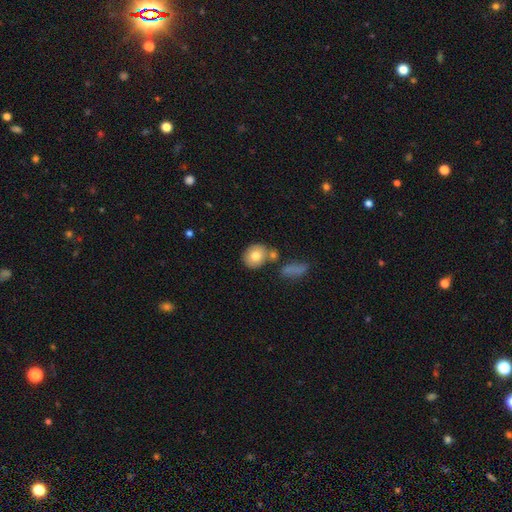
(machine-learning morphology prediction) Smooth or featured? smooth (78%)
How rounded? round (67%)
Merging? none (64%)